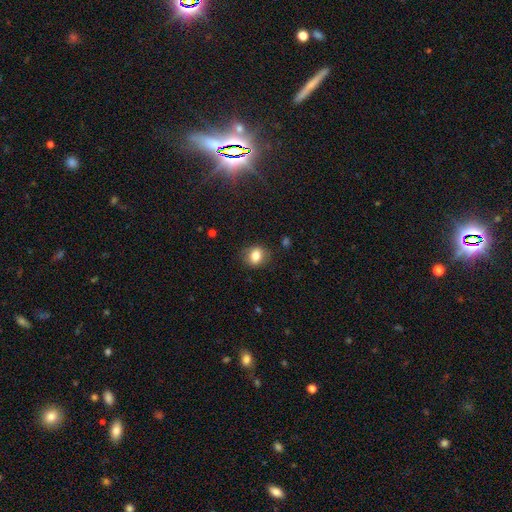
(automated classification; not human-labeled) This appears to be a smooth galaxy with no disk features (80%) that is round (58%). Merging: none (83%).